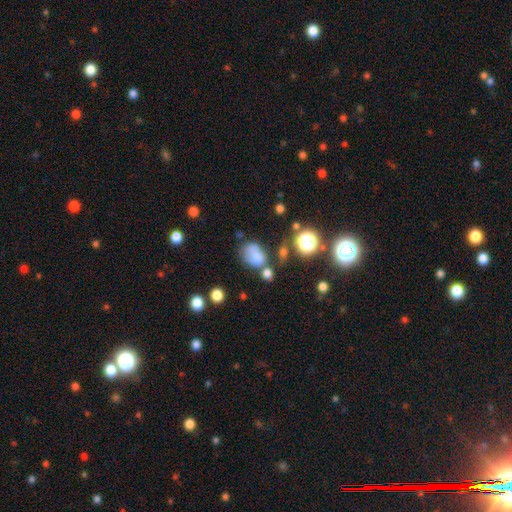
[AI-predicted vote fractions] smooth_or_featured: smooth (p=0.70) [alt: star or artifact p=0.16]
how_rounded: in between (p=0.67) [alt: round p=0.32]
merging: none (p=0.39) [alt: minor disturbance p=0.24]